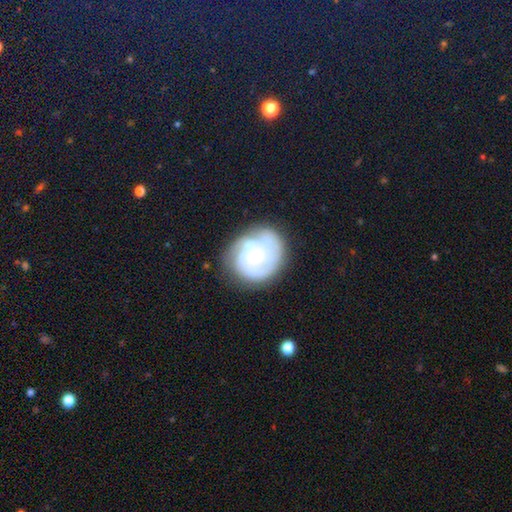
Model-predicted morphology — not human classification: Smooth or featured: featured or disk — 78% (smooth — 17%)
Edge-on disk: no — 98% (yes — 2%)
Bar: no — 79% (weak — 17%)
Spiral arms: yes — 85% (no — 15%)
Spiral winding: tight — 66% (medium — 26%)
Spiral arm count: can't tell — 34% (3 — 25%)
Bulge size: moderate — 61% (small — 34%)
Merging: none — 67% (minor disturbance — 21%)